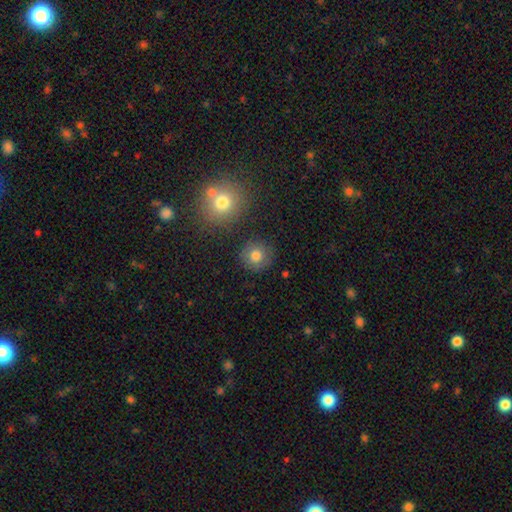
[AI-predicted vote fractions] Smooth or featured? smooth (79%)
How rounded? round (91%)
Merging? none (85%)